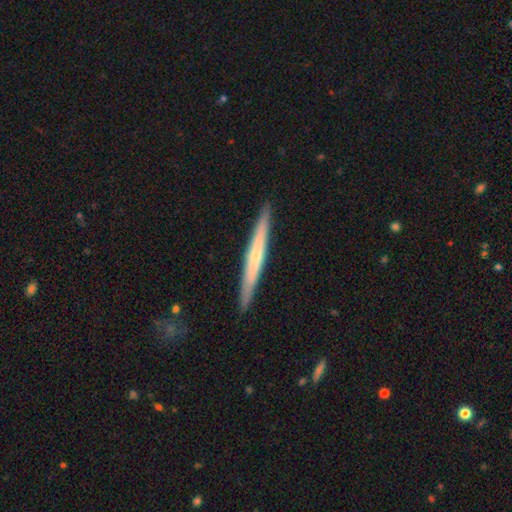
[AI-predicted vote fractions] A featured or disk galaxy (52%) viewed edge-on (97%) with no central bulge (61%). Merging: none (91%).